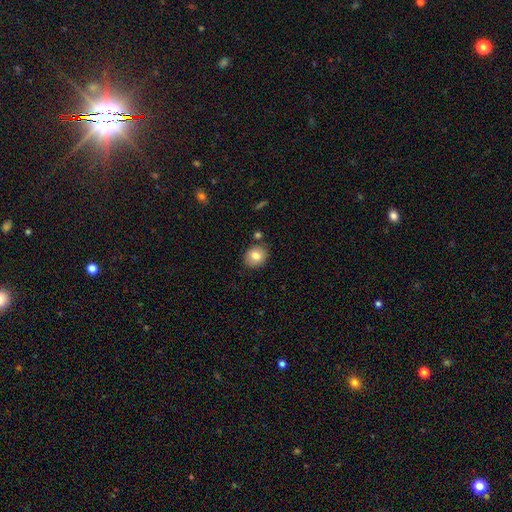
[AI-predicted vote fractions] This is likely a smooth galaxy (79%). How rounded: likely round (64%). Merging: clearly none (81%).